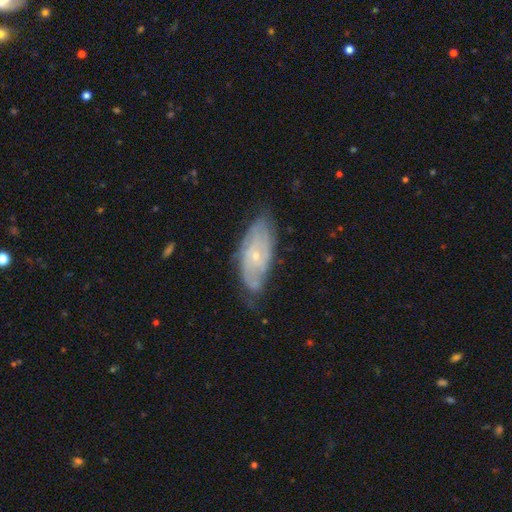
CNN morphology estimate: This is likely a featured or disk galaxy (73%). It is clearly not viewed edge-on (90%). Bar: likely no (76%). Spiral arm pattern: clearly yes (84%). Spiral arm count: possibly can't tell (49%). Spiral winding: likely tight (63%). Central bulge: likely small (76%). Merging: likely none (67%).